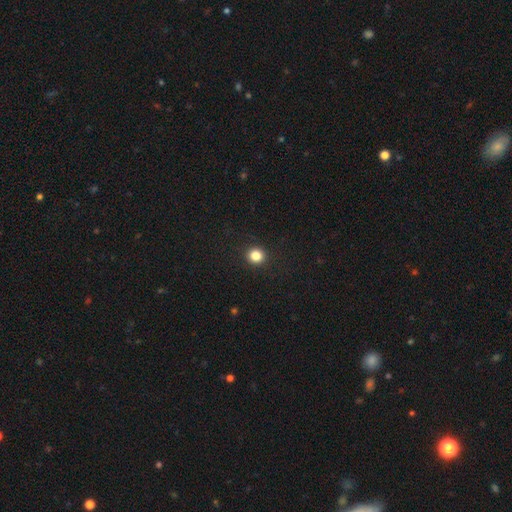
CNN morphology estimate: Q: Smooth or featured?
A: smooth (84%); runner-up: star or artifact (12%)
Q: How rounded?
A: round (91%); runner-up: in between (8%)
Q: Merging?
A: none (92%); runner-up: minor disturbance (5%)